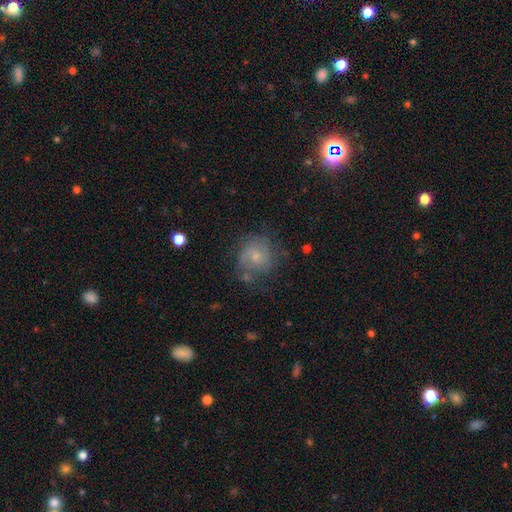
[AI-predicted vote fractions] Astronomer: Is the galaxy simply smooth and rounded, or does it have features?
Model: featured or disk — 50% (runner-up: smooth, 40%).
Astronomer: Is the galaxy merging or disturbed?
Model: none — 60%.